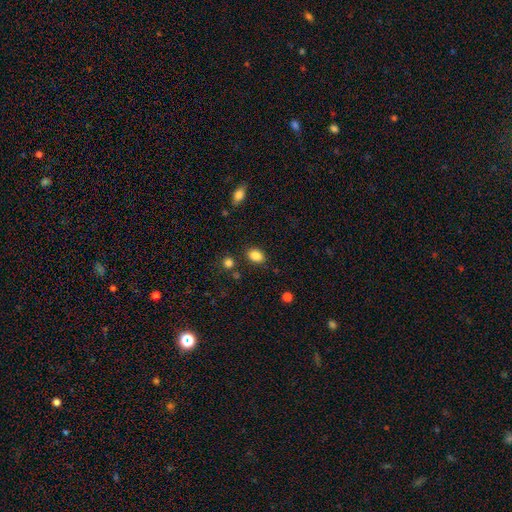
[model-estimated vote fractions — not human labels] Smooth or featured? Predicted: smooth (p=0.86). How rounded? Predicted: in between (p=0.72). Merging? Predicted: none (p=0.83).